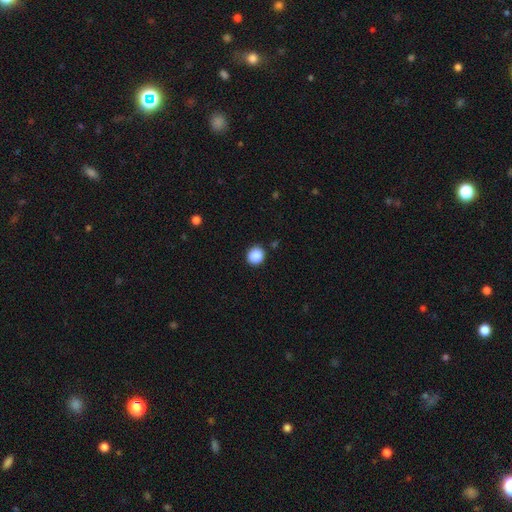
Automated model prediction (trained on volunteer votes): The model was most divided on "how rounded": round: 86%, in between: 13%, cigar-shaped: 1%. More confident: merging — none (88%); smooth or featured — smooth (88%).